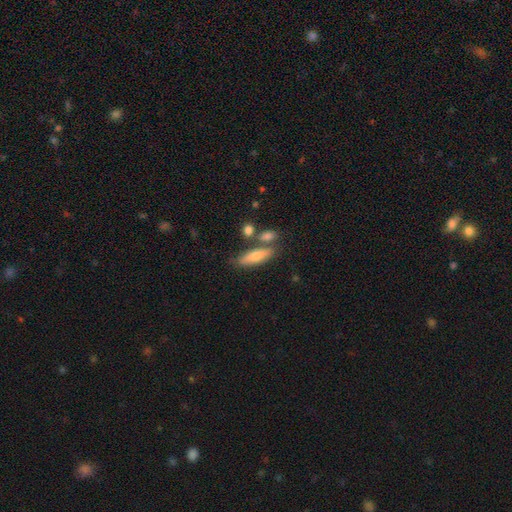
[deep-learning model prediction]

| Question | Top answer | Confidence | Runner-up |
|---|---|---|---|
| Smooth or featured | smooth | 71% | featured or disk (22%) |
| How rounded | cigar-shaped | 55% | in between (41%) |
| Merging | none | 67% | merger (16%) |